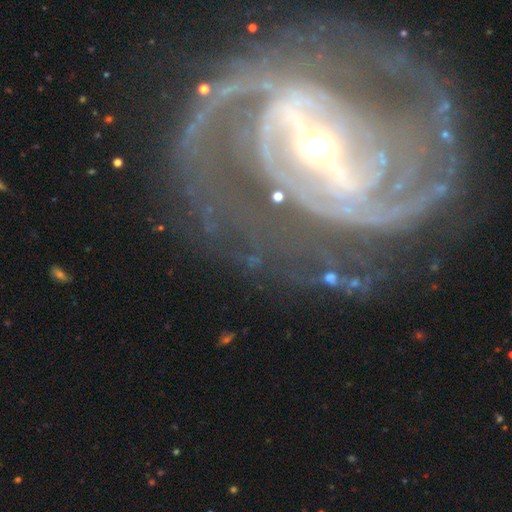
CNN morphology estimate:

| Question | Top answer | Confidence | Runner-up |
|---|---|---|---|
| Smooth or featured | featured or disk | 90% | star or artifact (6%) |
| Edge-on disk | no | 96% | yes (4%) |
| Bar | strong | 69% | weak (22%) |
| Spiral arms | yes | 95% | no (5%) |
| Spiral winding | tight | 46% | medium (39%) |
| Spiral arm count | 2 | 43% | can't tell (18%) |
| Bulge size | small | 62% | moderate (32%) |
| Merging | none | 62% | major disturbance (19%) |